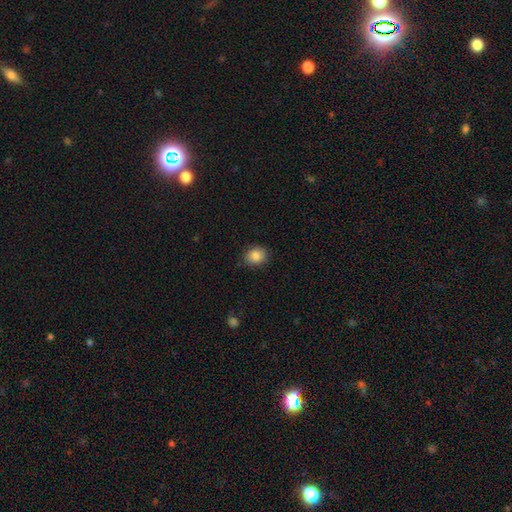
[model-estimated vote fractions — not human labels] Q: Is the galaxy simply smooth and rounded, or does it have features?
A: smooth — 86%.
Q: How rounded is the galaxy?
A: round — 62%.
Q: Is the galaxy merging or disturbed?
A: none — 85%.